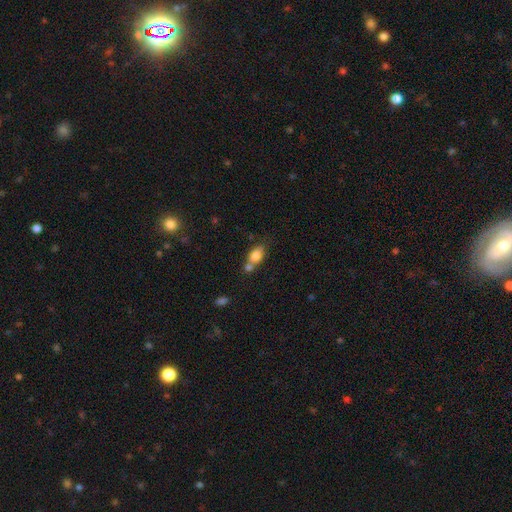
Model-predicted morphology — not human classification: Overall: smooth (80%). How rounded: in between (77%). Merging: none (43%; merger 39%).